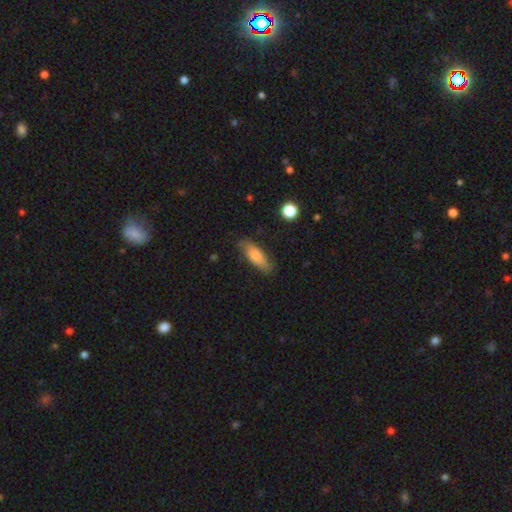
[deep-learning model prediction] Overall: smooth (78%). How rounded: in between (59%; cigar-shaped 39%). Merging: none (75%).